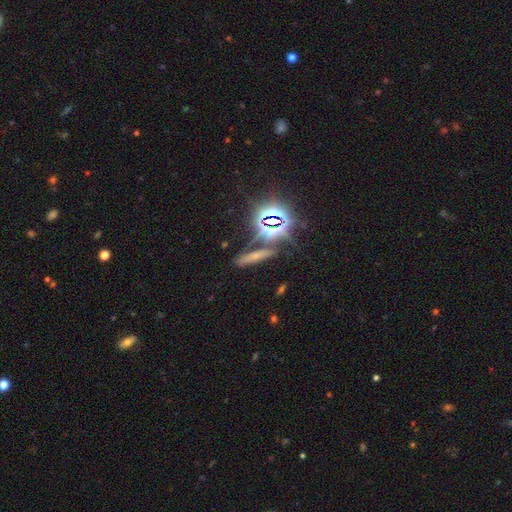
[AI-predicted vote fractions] Smooth or featured?
  - star or artifact: 43% *
  - smooth: 38%
  - featured or disk: 19%